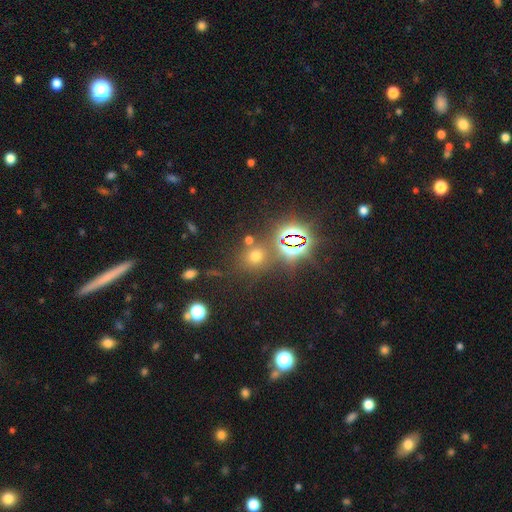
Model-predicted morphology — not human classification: A smooth galaxy with no disk features (50%) that is round (83%).

Vote fractions:
- Smooth or featured? smooth: 50% / star or artifact: 41% / featured or disk: 9%
- How rounded? round: 83% / in between: 15% / cigar-shaped: 1%
- Merging? none: 75% / minor disturbance: 11% / merger: 10% / major disturbance: 5%